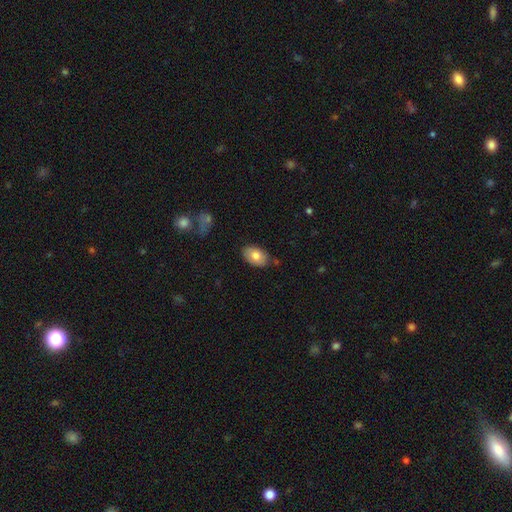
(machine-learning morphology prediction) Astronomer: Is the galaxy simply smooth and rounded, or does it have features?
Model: smooth — 77%.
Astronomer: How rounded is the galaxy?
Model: in between — 91%.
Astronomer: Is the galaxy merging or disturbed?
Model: none — 80%.